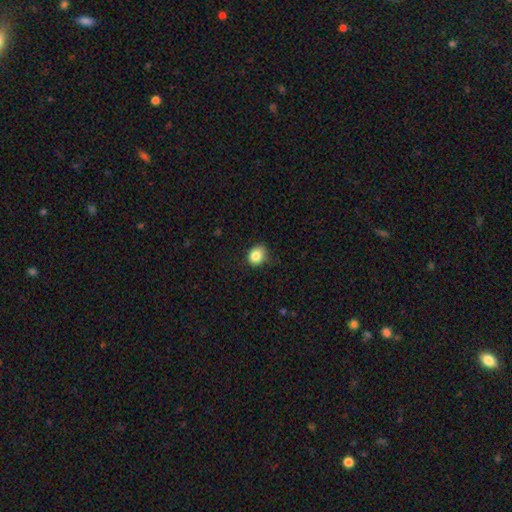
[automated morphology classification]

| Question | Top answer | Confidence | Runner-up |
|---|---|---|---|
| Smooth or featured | smooth | 84% | star or artifact (10%) |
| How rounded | round | 63% | in between (36%) |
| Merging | none | 72% | minor disturbance (22%) |